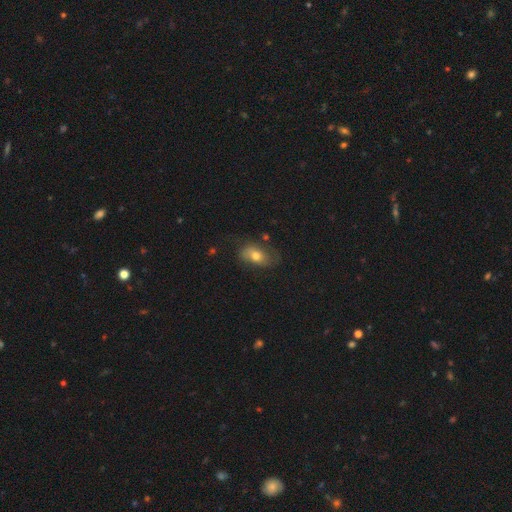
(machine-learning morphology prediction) This is likely a smooth galaxy (63%). How rounded: clearly in between (86%). Merging: possibly none (55%).